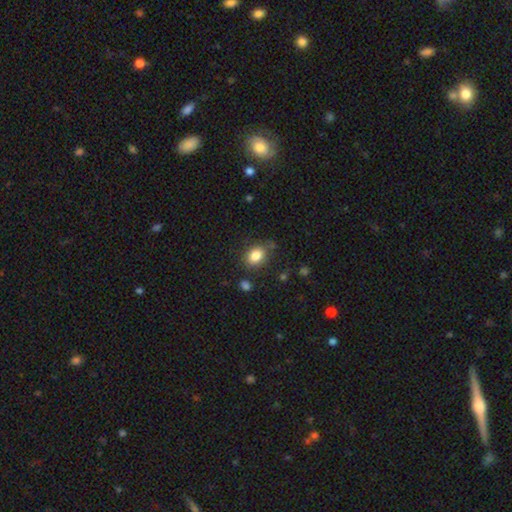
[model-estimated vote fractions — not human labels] Smooth or featured? Predicted: smooth (p=0.84). How rounded? Predicted: in between (p=0.69). Merging? Predicted: none (p=0.75).